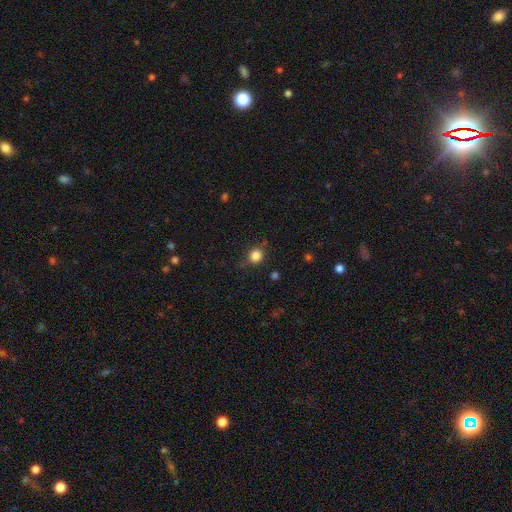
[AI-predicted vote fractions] Smooth or featured?
  - smooth: 83% *
  - star or artifact: 12%
  - featured or disk: 5%
How rounded?
  - round: 88% *
  - in between: 11%
  - cigar-shaped: 1%
Merging?
  - none: 80% *
  - minor disturbance: 14%
  - major disturbance: 4%
  - merger: 3%